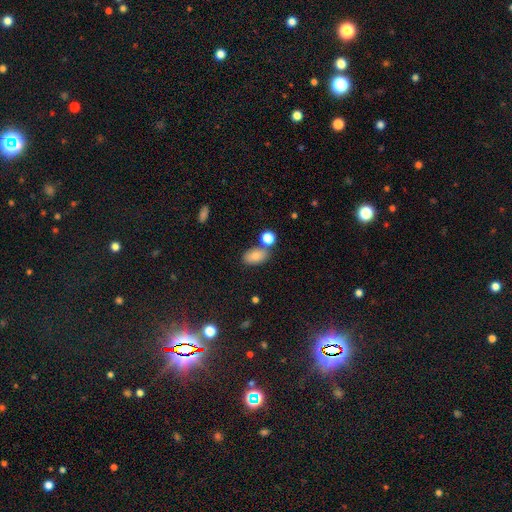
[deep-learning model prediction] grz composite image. It shows a smooth galaxy with no disk features (80%) that is in between round and cigar-shaped (88%). Merging: none (69%).